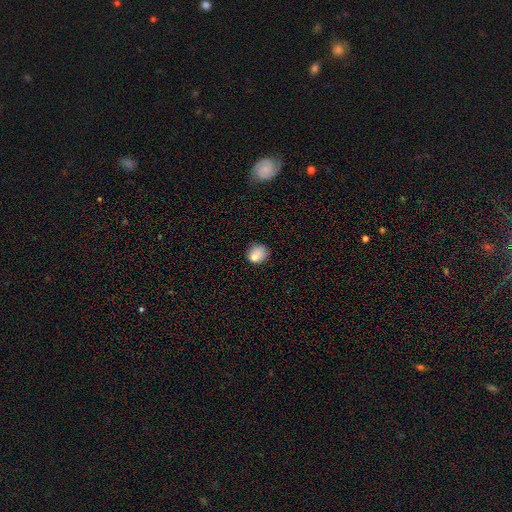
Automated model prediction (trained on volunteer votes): Smooth or featured? Predicted: smooth (p=0.79). How rounded? Predicted: round (p=0.74). Merging? Predicted: none (p=0.59).